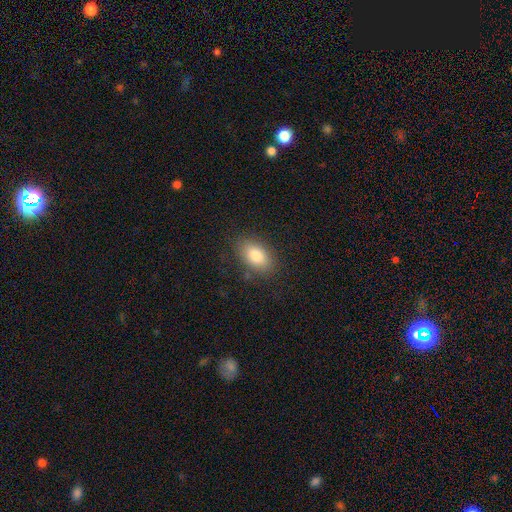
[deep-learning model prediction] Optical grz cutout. It shows a smooth galaxy with no disk features (80%) that is in between round and cigar-shaped (89%). Merging: none (83%).